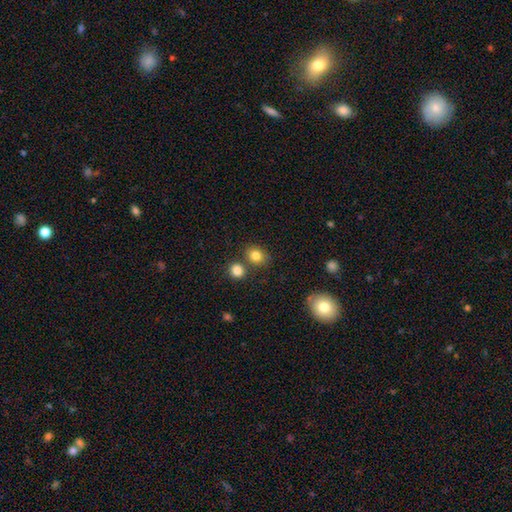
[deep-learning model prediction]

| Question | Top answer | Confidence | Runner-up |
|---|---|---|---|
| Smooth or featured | smooth | 82% | star or artifact (11%) |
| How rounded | round | 66% | in between (33%) |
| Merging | none | 70% | merger (17%) |